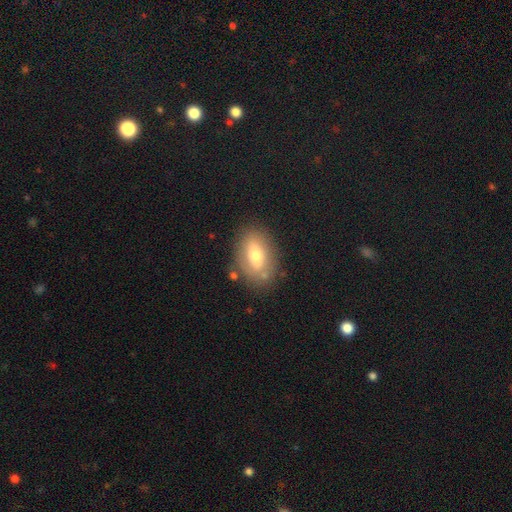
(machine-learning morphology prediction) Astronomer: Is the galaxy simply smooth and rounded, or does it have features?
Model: smooth — 65%.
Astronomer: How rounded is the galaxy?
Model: in between — 85%.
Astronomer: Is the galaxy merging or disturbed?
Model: none — 77%.